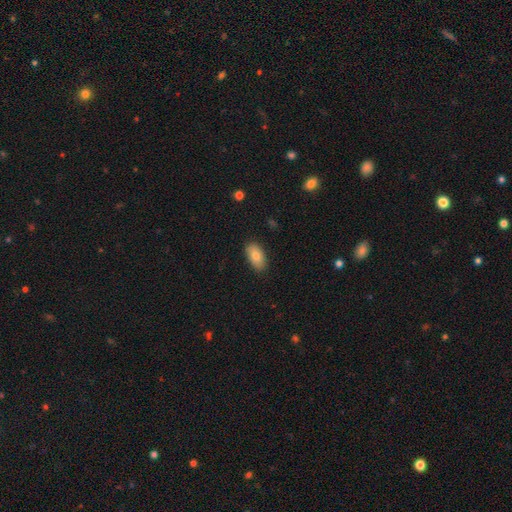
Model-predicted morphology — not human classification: A smooth galaxy with no disk features (79%) that is in between round and cigar-shaped (93%).

Vote fractions:
- Smooth or featured? smooth: 79% / featured or disk: 14% / star or artifact: 7%
- How rounded? in between: 93% / round: 5% / cigar-shaped: 3%
- Merging? none: 86% / minor disturbance: 10% / major disturbance: 2% / merger: 1%